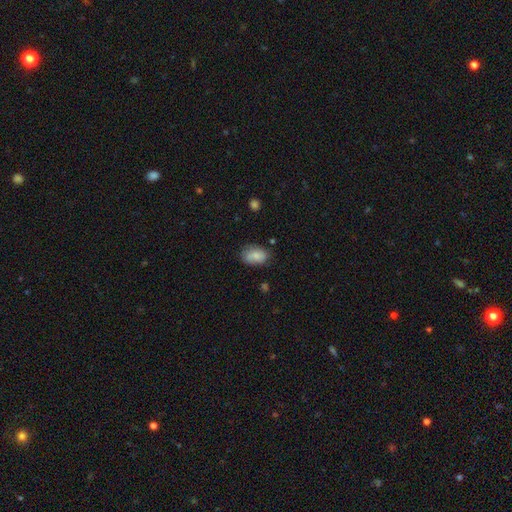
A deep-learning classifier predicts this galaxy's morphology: Q: Smooth or featured?
A: smooth (78%); runner-up: featured or disk (14%)
Q: How rounded?
A: in between (86%); runner-up: round (13%)
Q: Merging?
A: none (66%); runner-up: minor disturbance (25%)